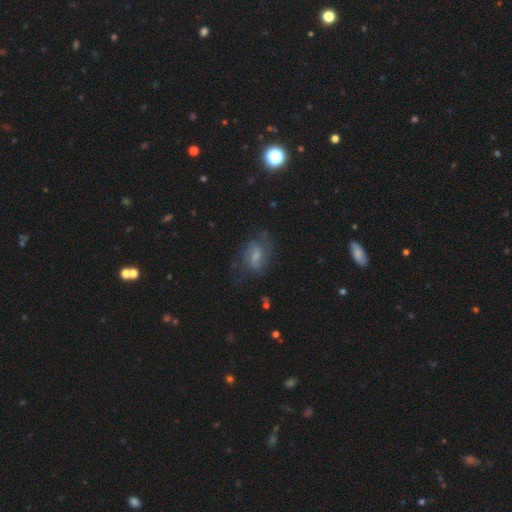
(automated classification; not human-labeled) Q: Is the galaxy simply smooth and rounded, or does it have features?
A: featured or disk — 58%.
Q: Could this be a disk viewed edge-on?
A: no — 95%.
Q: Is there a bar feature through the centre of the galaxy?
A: weak — 53%.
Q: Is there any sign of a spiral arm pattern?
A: yes — 80%.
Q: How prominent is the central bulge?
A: small — 35%.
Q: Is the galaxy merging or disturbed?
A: none — 57%.